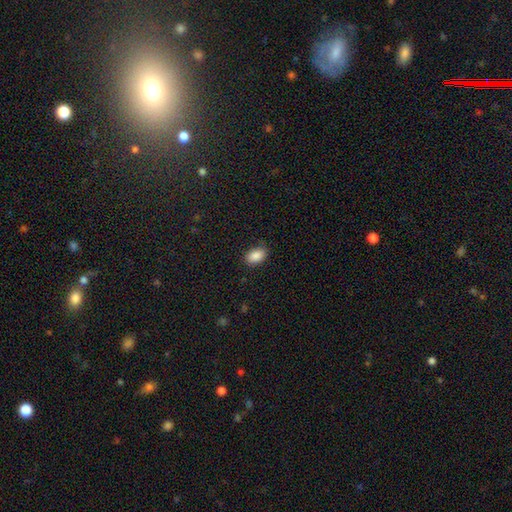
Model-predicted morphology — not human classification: A smooth galaxy with no disk features (89%) that is in between round and cigar-shaped (87%).

Vote fractions:
- Smooth or featured? smooth: 89% / star or artifact: 8% / featured or disk: 4%
- How rounded? in between: 87% / round: 12% / cigar-shaped: 1%
- Merging? none: 83% / minor disturbance: 13% / major disturbance: 3% / merger: 1%